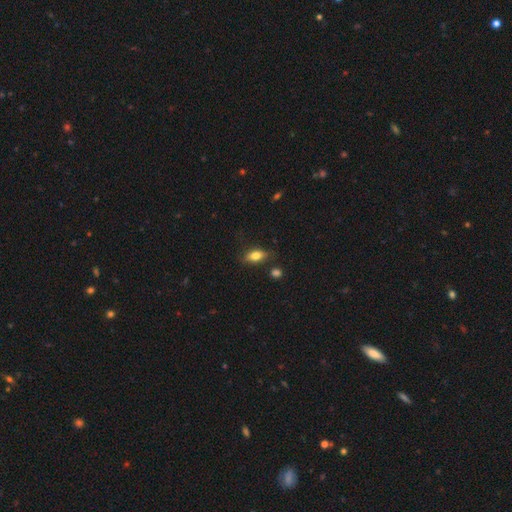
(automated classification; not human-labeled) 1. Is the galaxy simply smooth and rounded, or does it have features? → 79% smooth, 13% featured or disk, 8% star or artifact.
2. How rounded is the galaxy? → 84% in between, 11% cigar-shaped, 6% round.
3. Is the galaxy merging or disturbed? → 76% none, 17% minor disturbance, 4% major disturbance, 4% merger.